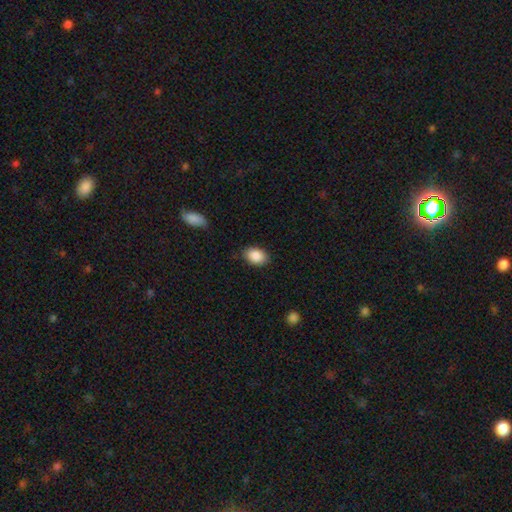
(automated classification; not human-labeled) This is clearly a smooth galaxy (88%). How rounded: clearly in between (82%). Merging: clearly none (84%).